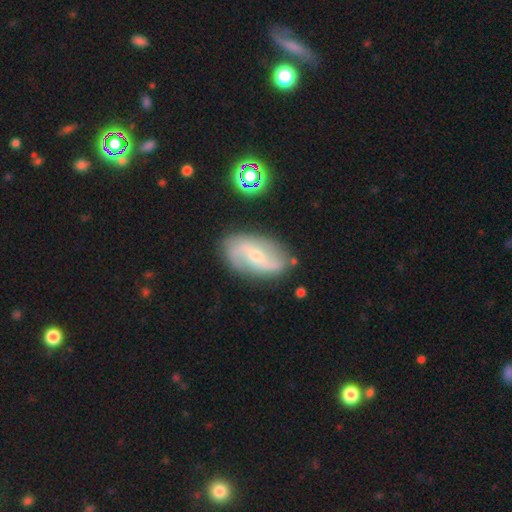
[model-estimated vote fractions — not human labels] This is likely a featured or disk galaxy (78%). It is clearly not viewed edge-on (95%). Bar: marginally no (41%). Spiral arm pattern: clearly yes (92%). Spiral arm count: clearly 2 (86%). Spiral winding: possibly loose (55%). Central bulge: likely small (65%). Merging: likely none (79%).